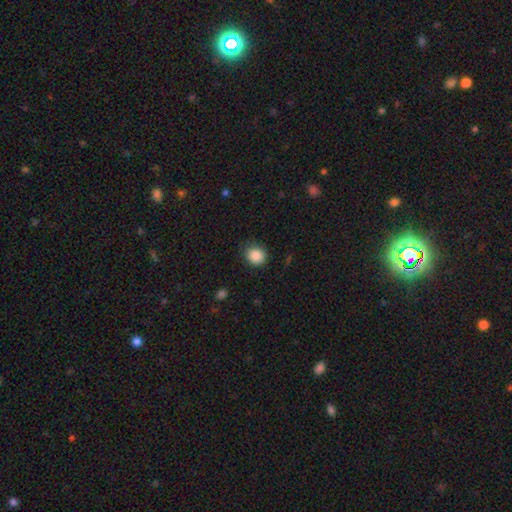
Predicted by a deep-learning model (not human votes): This is clearly a smooth galaxy (87%). How rounded: likely round (76%). Merging: likely none (79%).